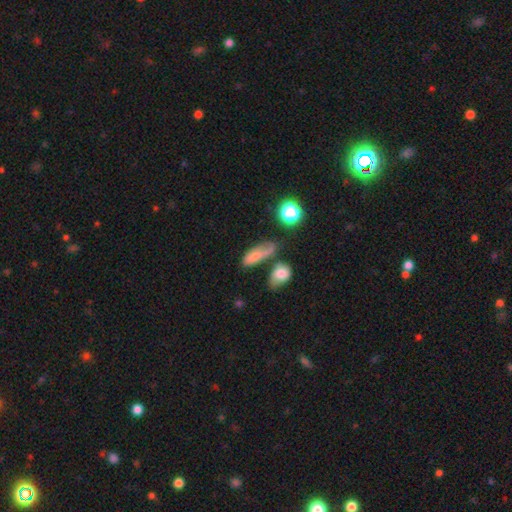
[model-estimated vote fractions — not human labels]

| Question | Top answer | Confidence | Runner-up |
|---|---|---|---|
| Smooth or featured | smooth | 69% | featured or disk (19%) |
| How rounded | in between | 70% | cigar-shaped (21%) |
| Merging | none | 36% | minor disturbance (25%) |